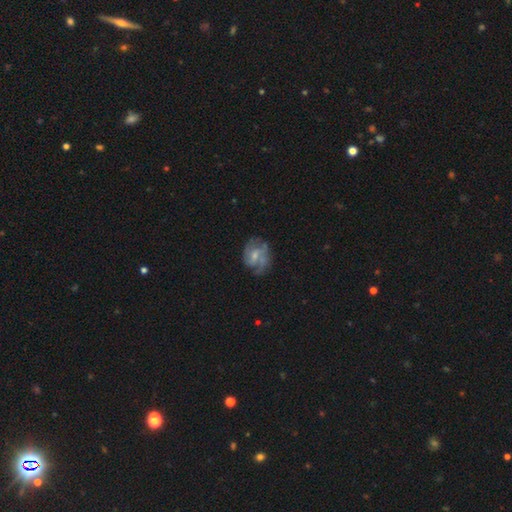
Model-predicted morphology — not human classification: Smooth or featured? featured or disk (70%)
Edge-on disk? no (98%)
Bar? weak (50%)
Spiral arms? yes (84%)
Spiral winding? medium (45%)
Spiral arm count? 2 (41%)
Bulge size? small (48%)
Merging? none (57%)